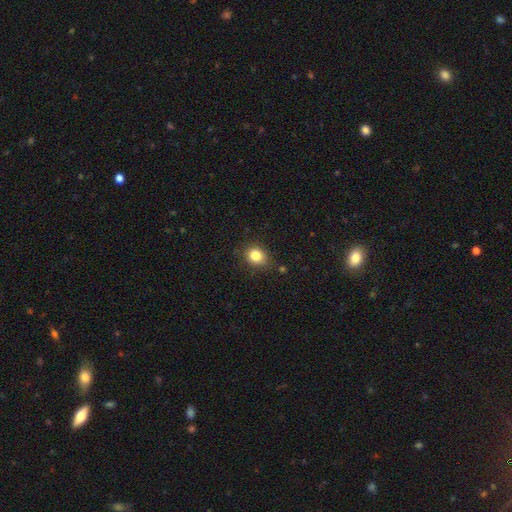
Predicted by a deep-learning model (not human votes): Smooth or featured?
  - smooth: 84% *
  - star or artifact: 11%
  - featured or disk: 6%
How rounded?
  - round: 64% *
  - in between: 35%
  - cigar-shaped: 1%
Merging?
  - none: 79% *
  - minor disturbance: 16%
  - major disturbance: 4%
  - merger: 2%